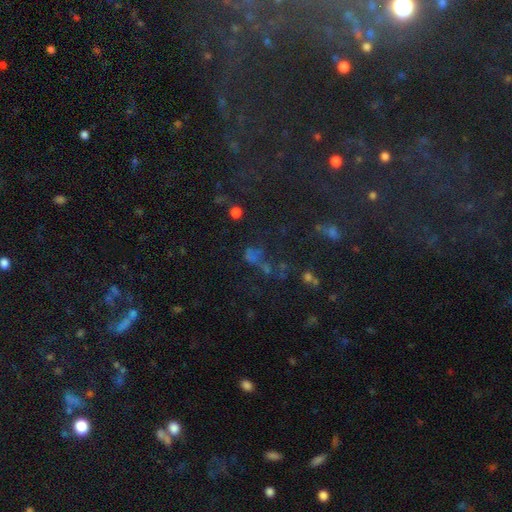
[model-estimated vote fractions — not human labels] star or artifact 52%, smooth 32%, featured or disk 16%.